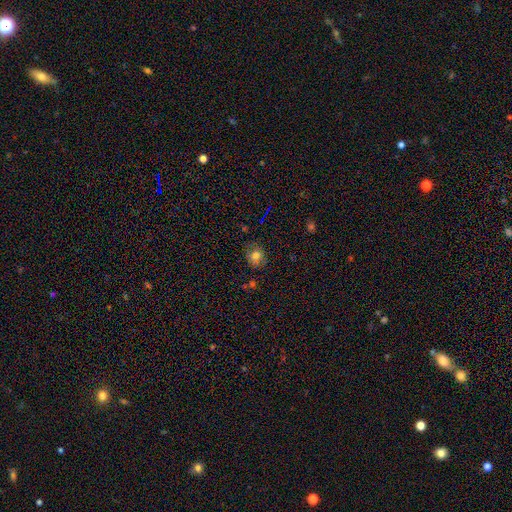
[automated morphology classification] Smooth or featured?
  - smooth: 74% *
  - star or artifact: 15%
  - featured or disk: 11%
How rounded?
  - round: 69% *
  - in between: 30%
  - cigar-shaped: 1%
Merging?
  - none: 77% *
  - minor disturbance: 17%
  - major disturbance: 4%
  - merger: 2%